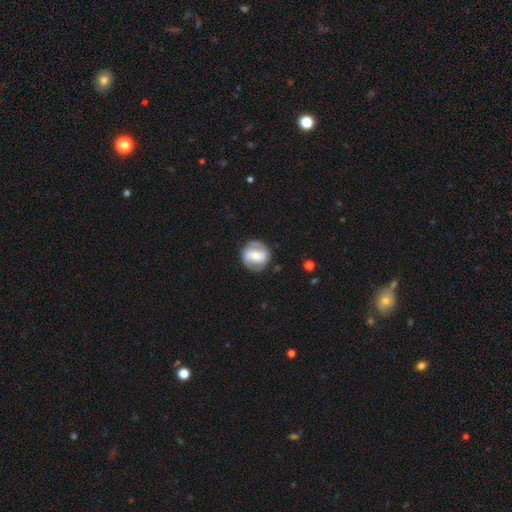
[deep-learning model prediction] featured or disk 61%, smooth 32%, star or artifact 6%. Down the decision tree: edge-on disk — no (97%); bar — strong (37%); spiral arms — yes (76%); bulge size — moderate (45%); merging — none (80%).